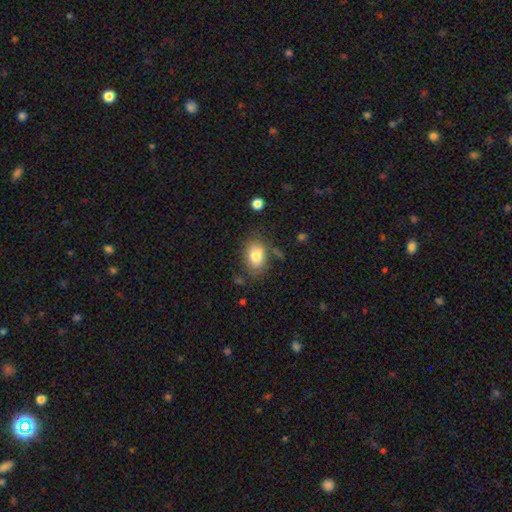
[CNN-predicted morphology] This appears to be a smooth galaxy with no disk features (81%) that is in between round and cigar-shaped (80%). Merging: none (70%).